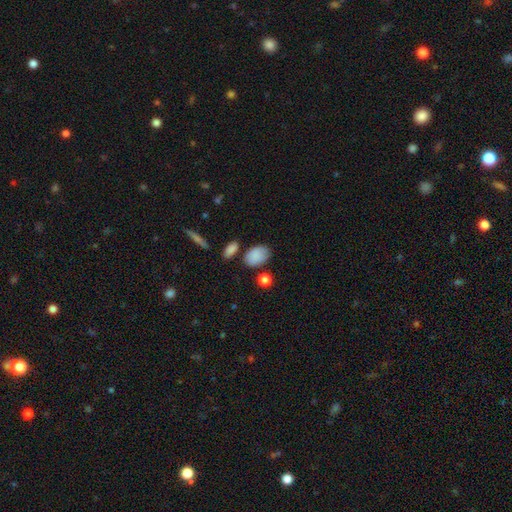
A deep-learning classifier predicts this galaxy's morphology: smooth-or-featured: smooth: 85% | star or artifact: 8% | featured or disk: 7%
  how-rounded: in between: 85% | round: 13% | cigar-shaped: 1%
  merging: none: 70% | minor disturbance: 18% | merger: 7% | major disturbance: 5%